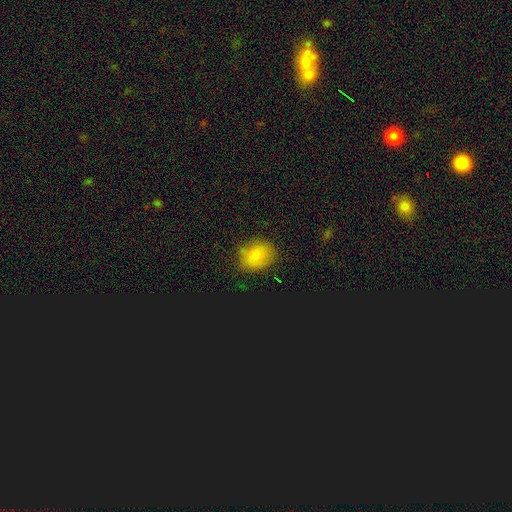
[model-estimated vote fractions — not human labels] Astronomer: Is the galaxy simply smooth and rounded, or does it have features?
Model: smooth — 78%.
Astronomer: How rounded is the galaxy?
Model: in between — 52% (runner-up: round, 47%).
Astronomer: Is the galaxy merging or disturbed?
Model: none — 76%.